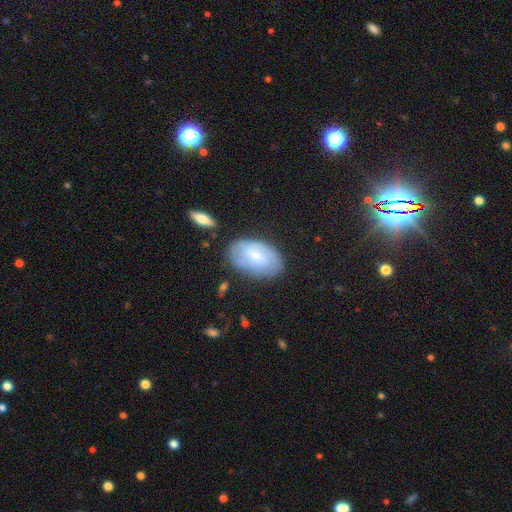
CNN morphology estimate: smooth-or-featured: smooth: 51% | featured or disk: 41% | star or artifact: 8%
  how-rounded: in between: 92% | round: 7% | cigar-shaped: 2%
  merging: none: 72% | minor disturbance: 19% | major disturbance: 6% | merger: 3%